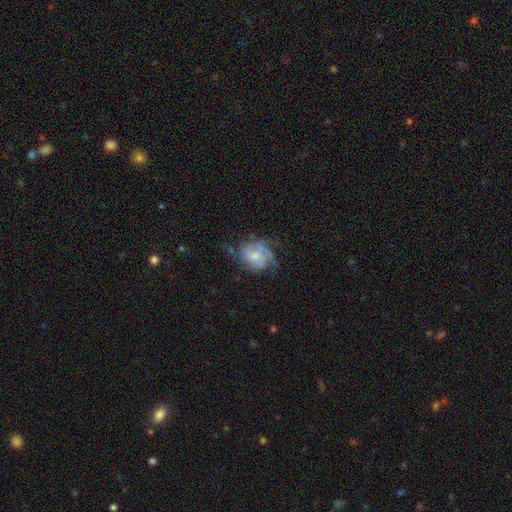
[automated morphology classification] This appears to be a featured or disk galaxy (71%) with no bar (62%), tight (48%) spiral arms (87%) and a moderate central bulge (44%). Merging: none (52%).